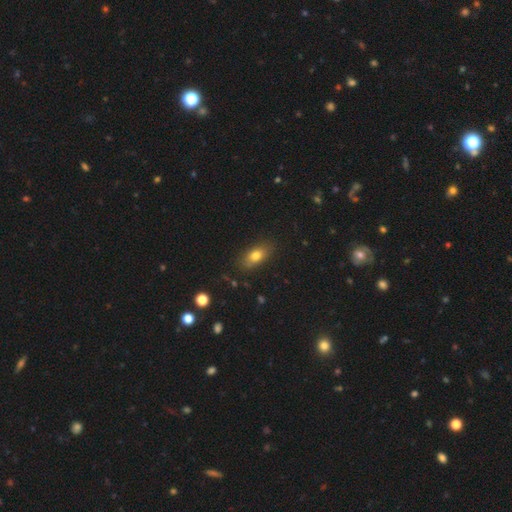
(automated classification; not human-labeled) This appears to be a smooth galaxy with no disk features (77%) that is in between round and cigar-shaped (82%). Merging: none (81%).